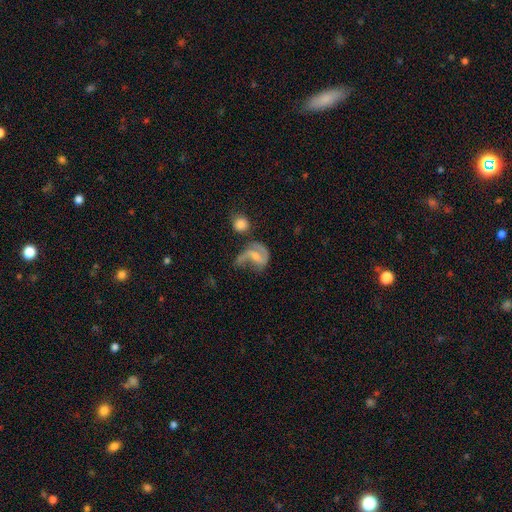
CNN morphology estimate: This appears to be a featured or disk galaxy (68%) with a weak bar (46%), 2 (57%) loose (57%) spiral arms (83%) and a small central bulge (46%). Merging: major disturbance (39%).